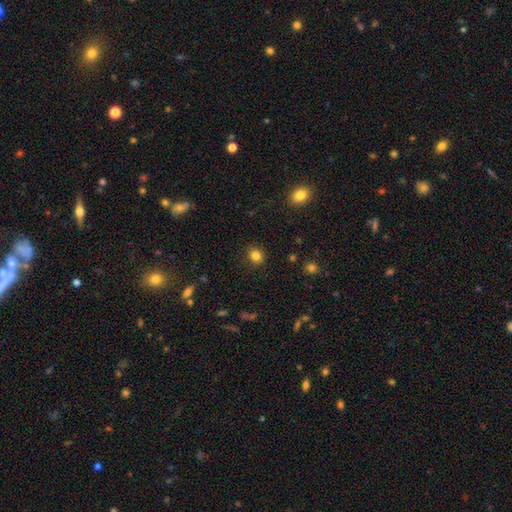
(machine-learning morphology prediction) Q: Smooth or featured?
A: smooth (84%); runner-up: star or artifact (12%)
Q: How rounded?
A: round (79%); runner-up: in between (20%)
Q: Merging?
A: none (89%); runner-up: minor disturbance (7%)